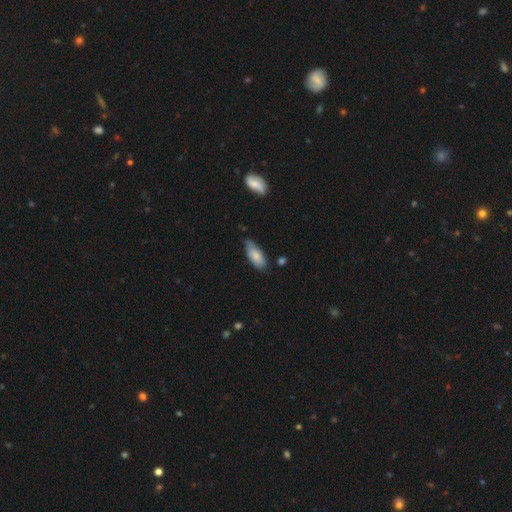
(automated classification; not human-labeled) A smooth galaxy with no disk features (78%) that is in between round and cigar-shaped (84%). Merging: none (60%).